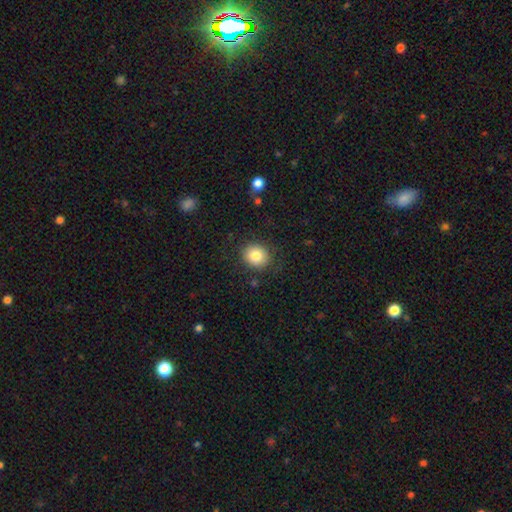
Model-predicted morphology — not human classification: This appears to be a smooth galaxy with no disk features (83%) that is round (75%). Merging: none (84%).